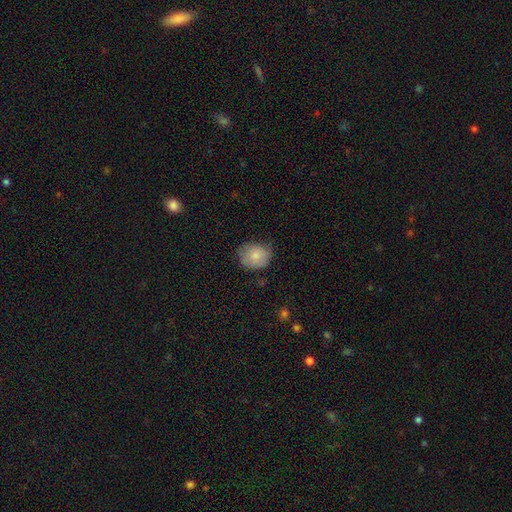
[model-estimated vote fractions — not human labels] Q: Smooth or featured?
A: smooth (78%); runner-up: featured or disk (15%)
Q: How rounded?
A: round (63%); runner-up: in between (36%)
Q: Merging?
A: none (57%); runner-up: minor disturbance (33%)